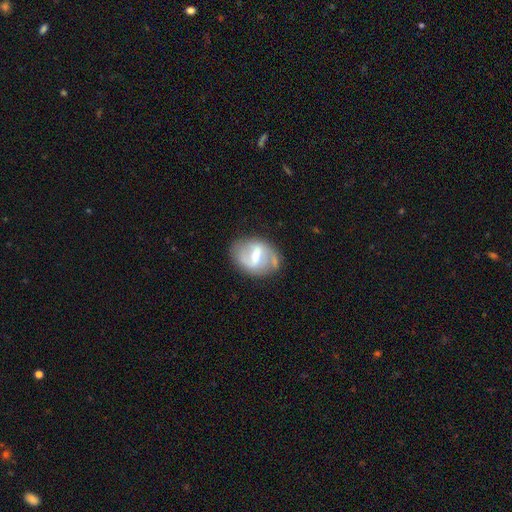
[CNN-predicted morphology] A featured or disk galaxy (71%) with a strong bar (52%), spiral arms (70%) and a moderate central bulge (53%).

Vote fractions:
- Smooth or featured? featured or disk: 71% / smooth: 22% / star or artifact: 6%
- Edge-on disk? no: 95% / yes: 5%
- Bar? strong: 52% / weak: 40% / no: 9%
- Spiral arms? yes: 70% / no: 30%
- Bulge size? moderate: 53% / small: 33% / large: 8% / none: 5% / dominant: 1%
- Merging? none: 67% / minor disturbance: 21% / major disturbance: 9% / merger: 3%